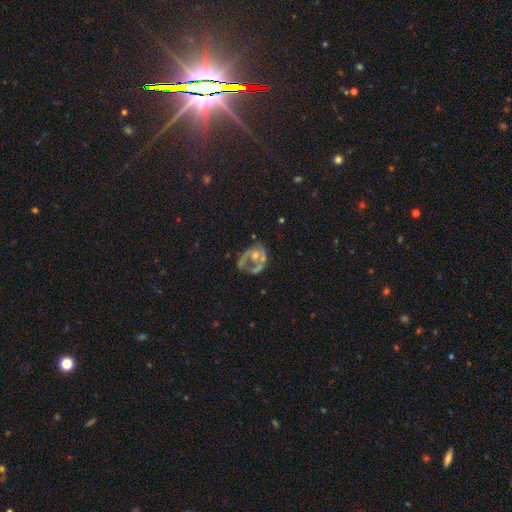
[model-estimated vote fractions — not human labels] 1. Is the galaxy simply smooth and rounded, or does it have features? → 63% featured or disk, 21% smooth, 16% star or artifact.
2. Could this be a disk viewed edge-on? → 97% no, 3% yes.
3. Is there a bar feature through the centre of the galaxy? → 86% no, 10% weak, 4% strong.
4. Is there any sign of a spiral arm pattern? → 66% no, 34% yes.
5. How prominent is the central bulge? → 46% moderate, 32% small, 15% none, 4% large, 2% dominant.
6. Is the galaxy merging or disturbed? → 36% none, 33% major disturbance, 19% minor disturbance, 12% merger.